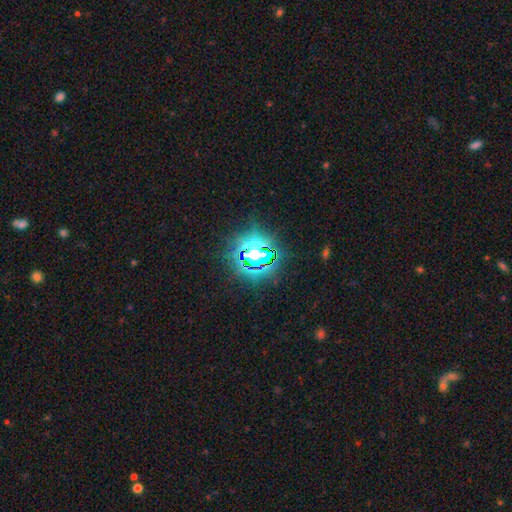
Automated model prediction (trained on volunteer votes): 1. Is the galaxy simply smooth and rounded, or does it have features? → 69% star or artifact, 20% smooth, 11% featured or disk.